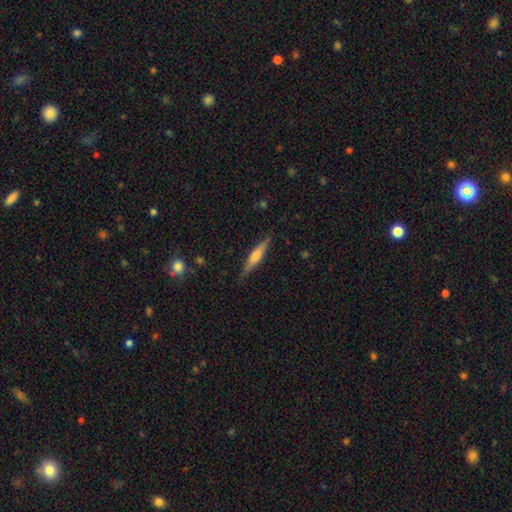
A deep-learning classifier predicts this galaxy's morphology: smooth-or-featured: featured or disk: 54% | smooth: 39% | star or artifact: 6%
  disk-edge-on: yes: 95% | no: 5%
    edge-on-bulge: rounded: 72% | boxy: 15% | none: 13%
  merging: none: 85% | minor disturbance: 11% | major disturbance: 2% | merger: 1%